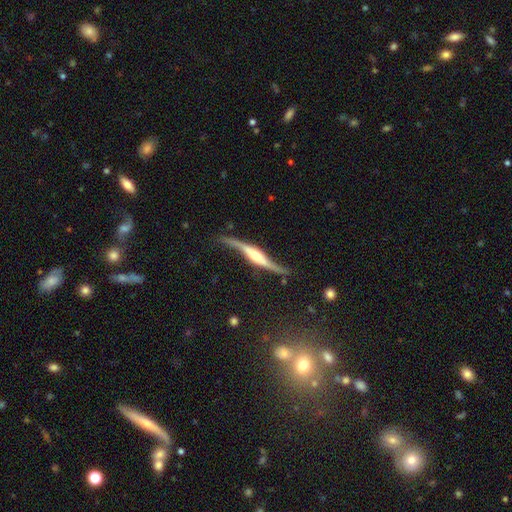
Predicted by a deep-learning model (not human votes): Smooth or featured?
  - featured or disk: 85% *
  - smooth: 10%
  - star or artifact: 5%
Edge-on disk?
  - yes: 70% *
  - no: 30%
Edge-on bulge?
  - rounded: 76% *
  - boxy: 17%
  - none: 7%
Merging?
  - none: 66% *
  - minor disturbance: 21%
  - major disturbance: 10%
  - merger: 4%